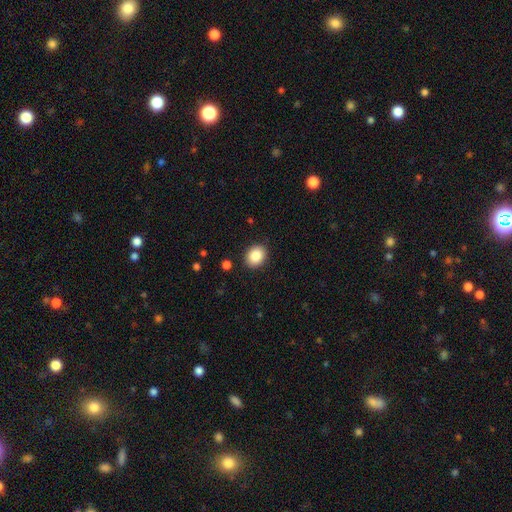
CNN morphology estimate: A smooth galaxy with no disk features (86%) that is round (50%).

Vote fractions:
- Smooth or featured? smooth: 86% / star or artifact: 8% / featured or disk: 5%
- How rounded? round: 50% / in between: 49% / cigar-shaped: 1%
- Merging? none: 89% / minor disturbance: 8% / major disturbance: 2% / merger: 1%